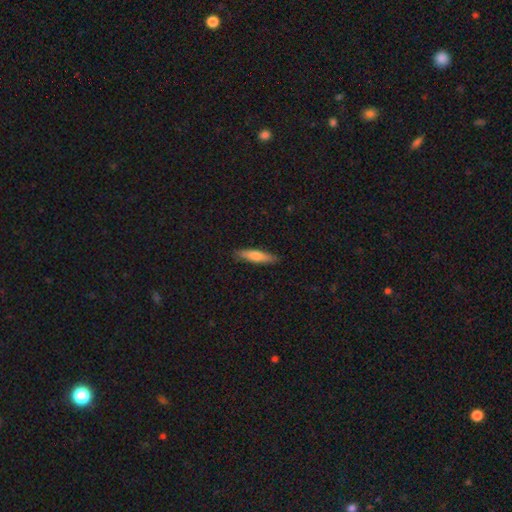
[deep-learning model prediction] smooth-or-featured: smooth: 68% | featured or disk: 26% | star or artifact: 6%
  how-rounded: cigar-shaped: 85% | in between: 14% | round: 2%
  merging: none: 89% | minor disturbance: 8% | major disturbance: 2% | merger: 1%